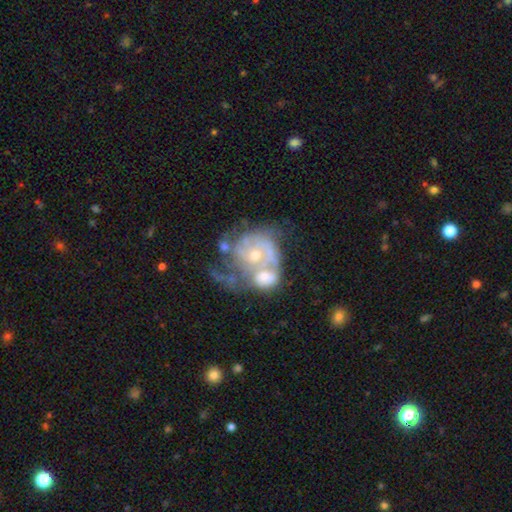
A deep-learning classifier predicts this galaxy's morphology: This is likely a featured or disk galaxy (78%). It is clearly not viewed edge-on (98%). Bar: likely no (79%). Spiral arm pattern: likely yes (78%). Spiral arm count: marginally can't tell (40%). Spiral winding: possibly tight (52%). Central bulge: possibly moderate (48%). Merging: possibly merger (47%).